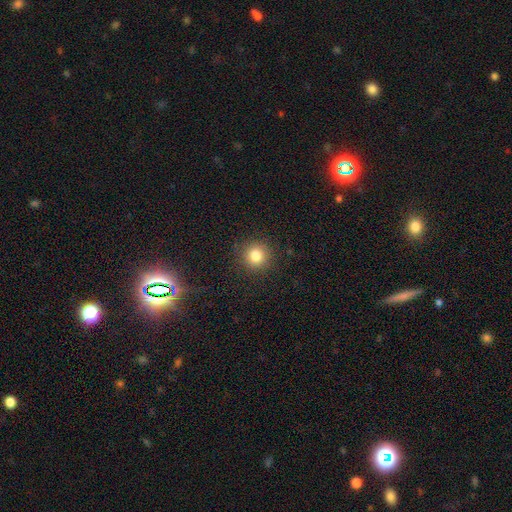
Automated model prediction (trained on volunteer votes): Smooth or featured?
  - smooth: 81% *
  - star or artifact: 12%
  - featured or disk: 7%
How rounded?
  - round: 95% *
  - in between: 4%
  - cigar-shaped: 1%
Merging?
  - none: 90% *
  - minor disturbance: 6%
  - major disturbance: 3%
  - merger: 1%